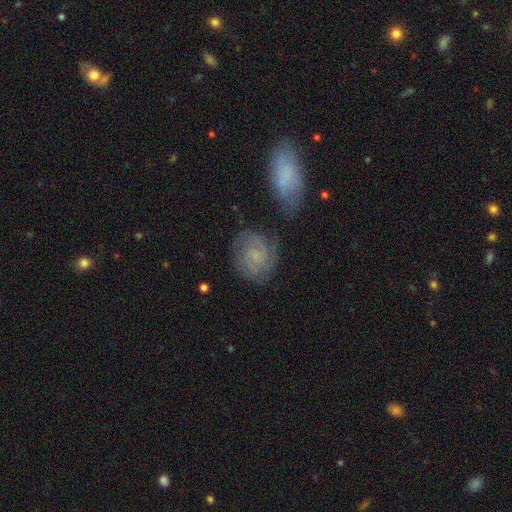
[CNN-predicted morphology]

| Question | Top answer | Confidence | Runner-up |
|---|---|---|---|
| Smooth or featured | featured or disk | 65% | smooth (27%) |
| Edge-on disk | no | 97% | yes (3%) |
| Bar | no | 66% | weak (29%) |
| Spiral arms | yes | 91% | no (9%) |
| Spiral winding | tight | 57% | medium (34%) |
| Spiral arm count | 2 | 43% | can't tell (27%) |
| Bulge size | small | 67% | none (17%) |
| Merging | none | 66% | minor disturbance (17%) |